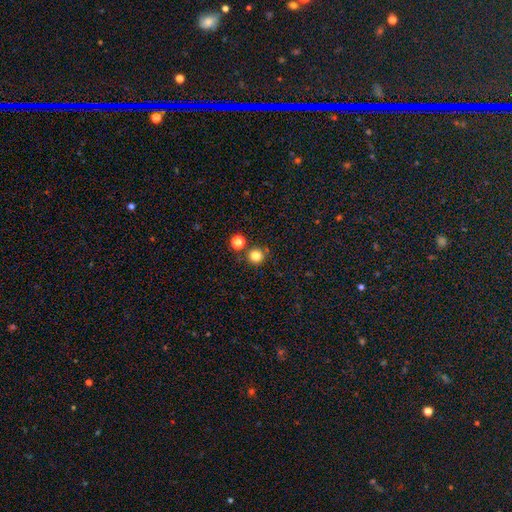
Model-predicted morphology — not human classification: Q: Smooth or featured?
A: smooth (82%); runner-up: star or artifact (14%)
Q: How rounded?
A: round (93%); runner-up: in between (6%)
Q: Merging?
A: none (82%); runner-up: merger (8%)